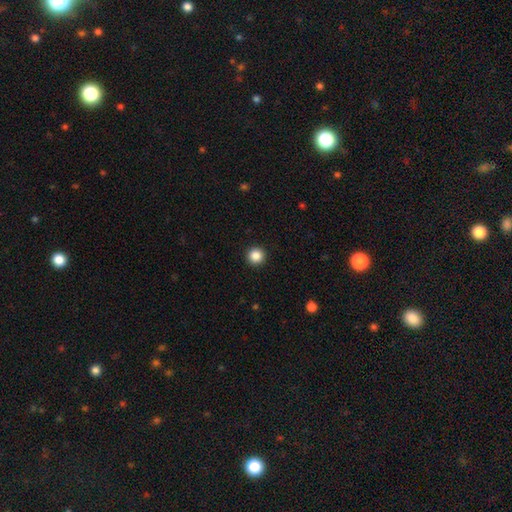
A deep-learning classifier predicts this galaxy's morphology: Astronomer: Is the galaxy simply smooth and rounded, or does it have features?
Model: smooth — 86%.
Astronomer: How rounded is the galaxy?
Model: round — 96%.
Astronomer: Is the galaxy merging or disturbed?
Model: none — 94%.